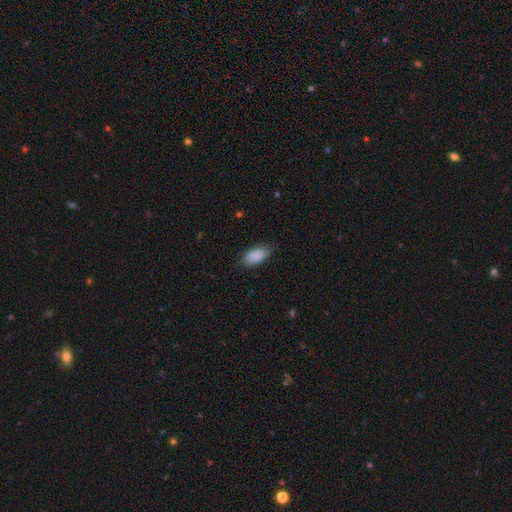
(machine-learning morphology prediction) smooth_or_featured: smooth (p=0.89) [alt: star or artifact p=0.06]
how_rounded: in between (p=0.93) [alt: cigar-shaped p=0.05]
merging: none (p=0.78) [alt: minor disturbance p=0.18]